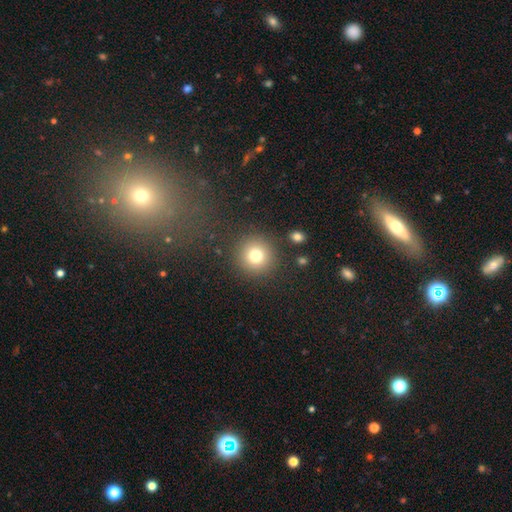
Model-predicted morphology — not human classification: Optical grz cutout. It shows a smooth galaxy with no disk features (77%) that is round (94%). Merging: none (88%).